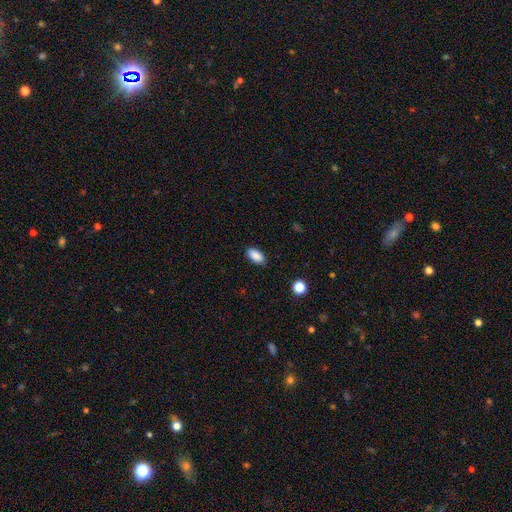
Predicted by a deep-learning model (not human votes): The model was most divided on "merging": none: 85%, minor disturbance: 11%, major disturbance: 2%, merger: 1%. More confident: how rounded — in between (93%); smooth or featured — smooth (88%).